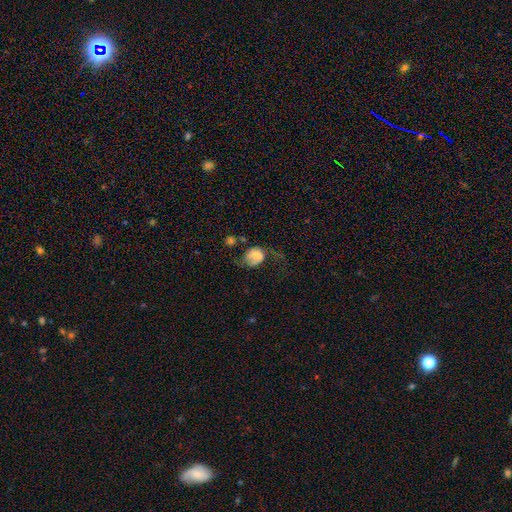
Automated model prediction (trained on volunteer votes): This appears to be a smooth galaxy with no disk features (58%) that is round (56%). Merging: major disturbance (38%).